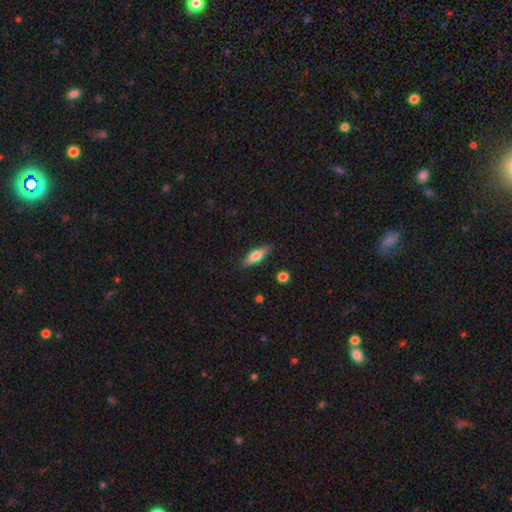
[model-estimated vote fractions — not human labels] smooth 53%, featured or disk 40%, star or artifact 7%. Down the decision tree: how rounded — cigar-shaped (54%); merging — none (85%).